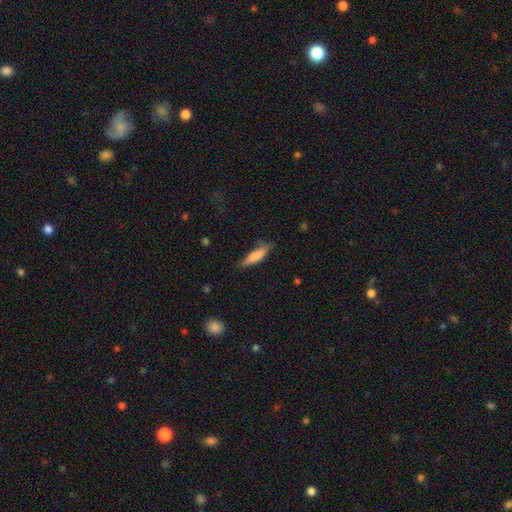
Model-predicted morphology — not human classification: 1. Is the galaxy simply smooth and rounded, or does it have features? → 79% smooth, 15% featured or disk, 6% star or artifact.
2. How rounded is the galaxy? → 66% cigar-shaped, 32% in between, 2% round.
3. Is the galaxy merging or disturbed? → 69% none, 24% minor disturbance, 5% major disturbance, 2% merger.